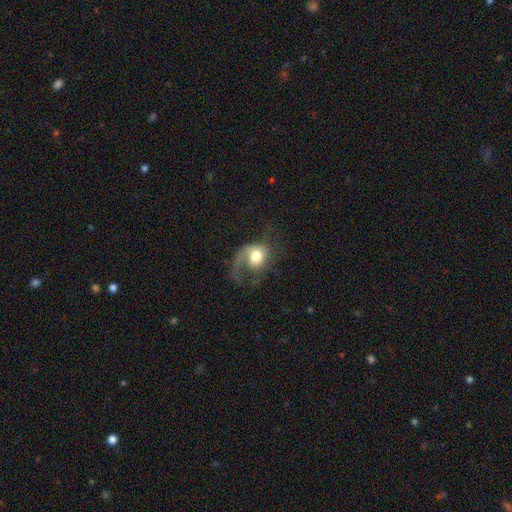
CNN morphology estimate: Overall: featured or disk (54%; smooth 38%). Edge-on disk: no (97%). Bar: no (75%). Spiral arms: yes (83%). Bulge size: moderate (49%; large 37%). Merging: major disturbance (46%; none 32%).